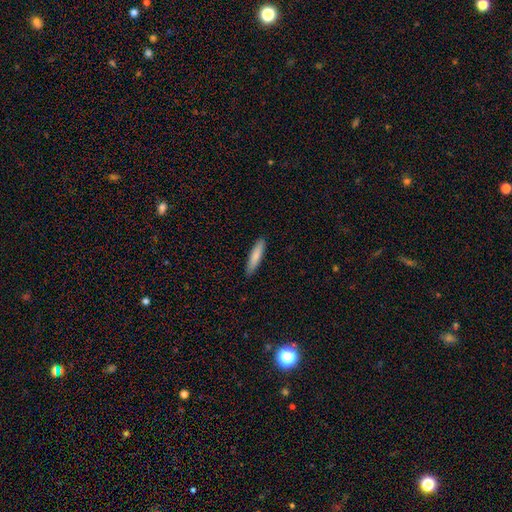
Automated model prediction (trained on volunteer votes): A smooth galaxy with no disk features (83%) that is cigar-shaped (84%). Merging: none (90%).